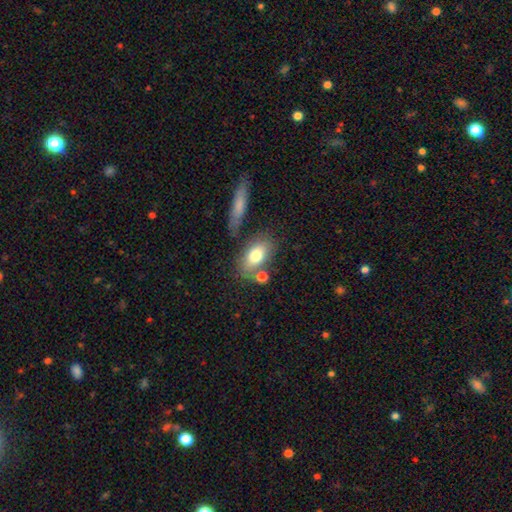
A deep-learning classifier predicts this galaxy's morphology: Smooth or featured: smooth — 74% (featured or disk — 19%)
How rounded: in between — 84% (round — 9%)
Merging: none — 62% (merger — 17%)